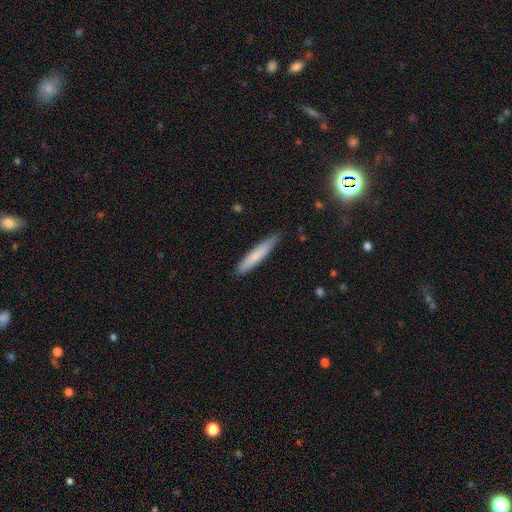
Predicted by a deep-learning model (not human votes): smooth 73%, featured or disk 21%, star or artifact 6%. Down the decision tree: how rounded — cigar-shaped (92%); merging — none (84%).